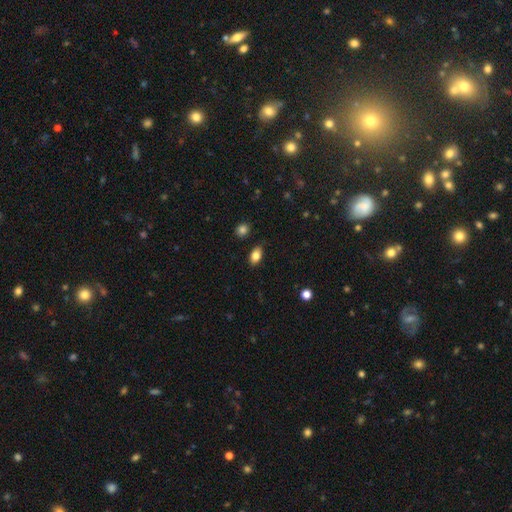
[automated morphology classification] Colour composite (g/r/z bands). It shows a smooth galaxy with no disk features (82%) that is in between round and cigar-shaped (88%). Merging: none (85%).